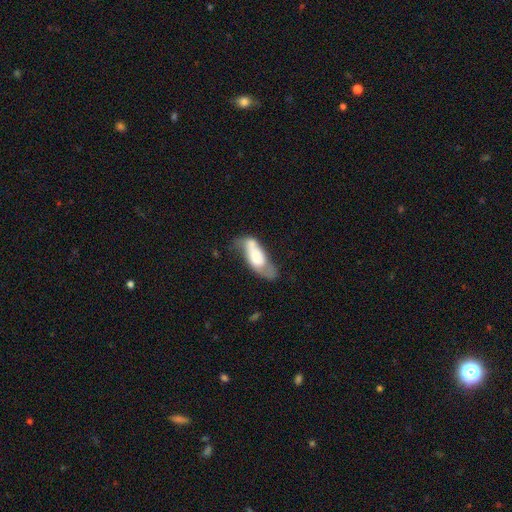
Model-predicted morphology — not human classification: The model was most divided on "merging": none: 30%, minor disturbance: 28%, major disturbance: 23%, merger: 19%. More confident: how rounded — in between (74%); smooth or featured — smooth (54%).